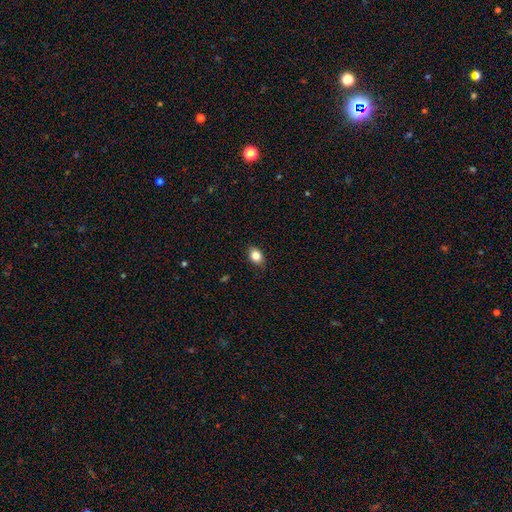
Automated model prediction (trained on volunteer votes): Morphology: type=smooth (83%); roundness=in between (70%); merging=none (86%).